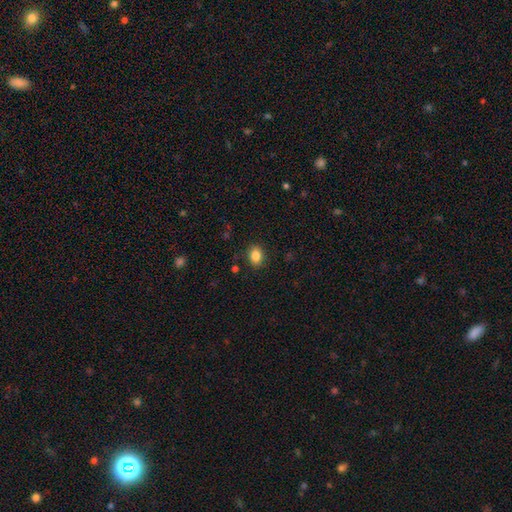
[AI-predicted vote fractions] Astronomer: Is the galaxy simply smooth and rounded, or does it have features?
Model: smooth — 84%.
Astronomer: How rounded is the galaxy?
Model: in between — 64%.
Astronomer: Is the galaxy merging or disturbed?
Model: none — 87%.